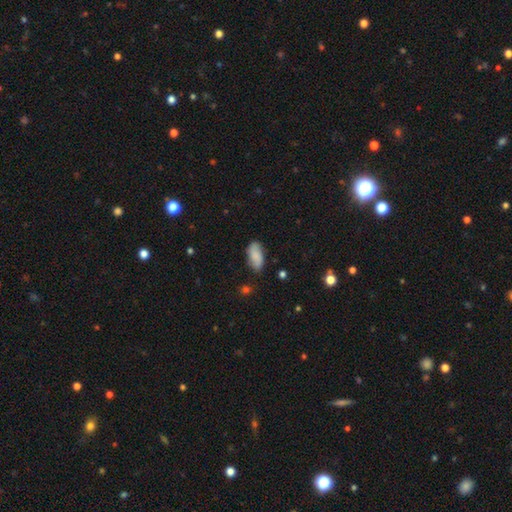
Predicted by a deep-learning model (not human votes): smooth-or-featured: smooth: 79% | featured or disk: 14% | star or artifact: 7%
  how-rounded: in between: 91% | cigar-shaped: 6% | round: 3%
  merging: none: 75% | minor disturbance: 19% | major disturbance: 4% | merger: 2%